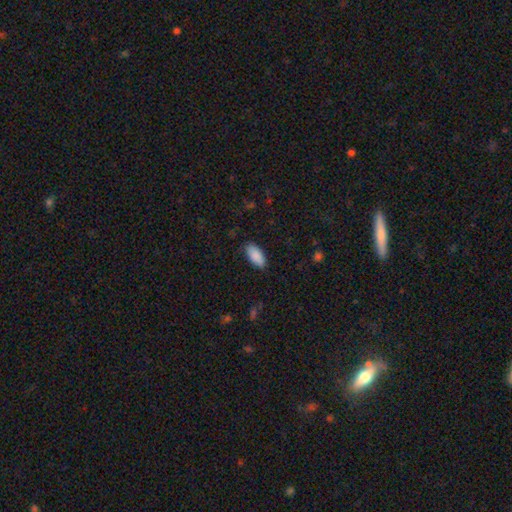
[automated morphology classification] smooth-or-featured: smooth: 89% | star or artifact: 6% | featured or disk: 5%
  how-rounded: in between: 91% | cigar-shaped: 7% | round: 2%
  merging: none: 81% | minor disturbance: 15% | major disturbance: 3% | merger: 1%